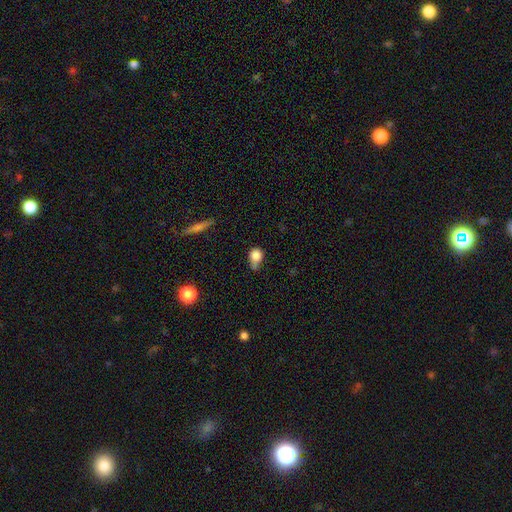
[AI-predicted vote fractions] smooth_or_featured: smooth (p=0.80) [alt: star or artifact p=0.10]
how_rounded: round (p=0.53) [alt: in between p=0.44]
merging: minor disturbance (p=0.37) [alt: none p=0.34]